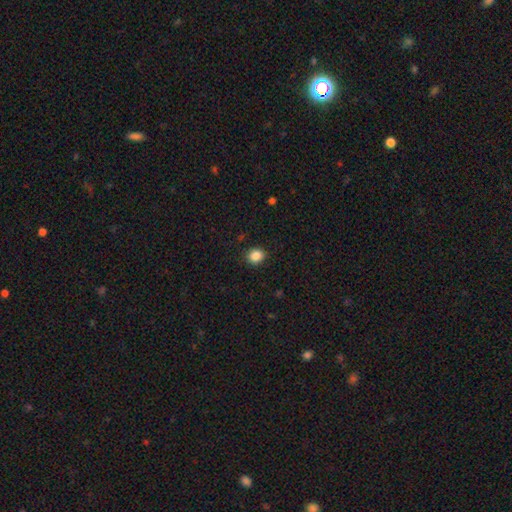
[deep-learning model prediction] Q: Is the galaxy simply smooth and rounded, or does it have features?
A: smooth — 87%.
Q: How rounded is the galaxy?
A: round — 74%.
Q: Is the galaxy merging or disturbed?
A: none — 89%.